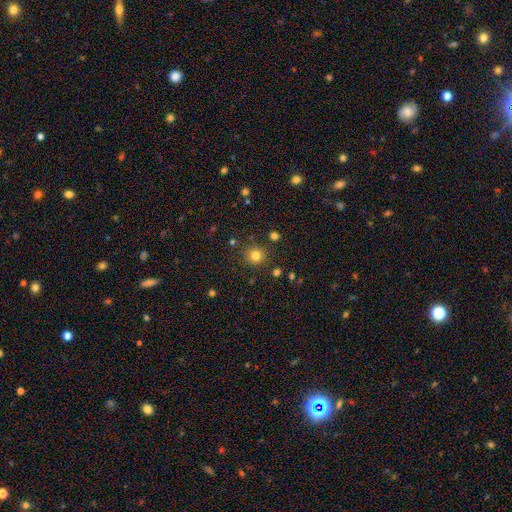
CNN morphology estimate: Q: Smooth or featured?
A: smooth (79%); runner-up: star or artifact (15%)
Q: How rounded?
A: round (93%); runner-up: in between (6%)
Q: Merging?
A: none (87%); runner-up: minor disturbance (7%)